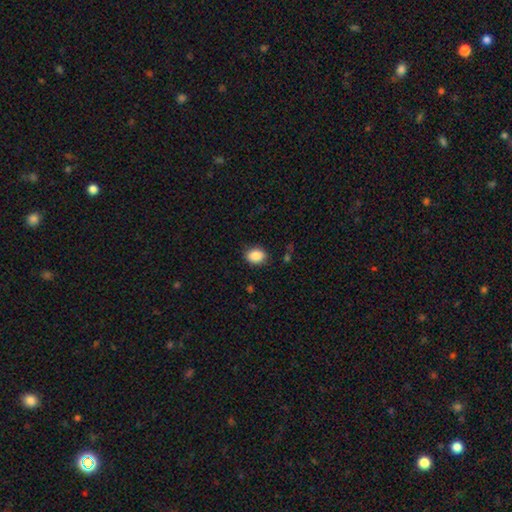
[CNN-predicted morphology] Smooth or featured? Predicted: smooth (p=0.88). How rounded? Predicted: in between (p=0.65). Merging? Predicted: none (p=0.86).